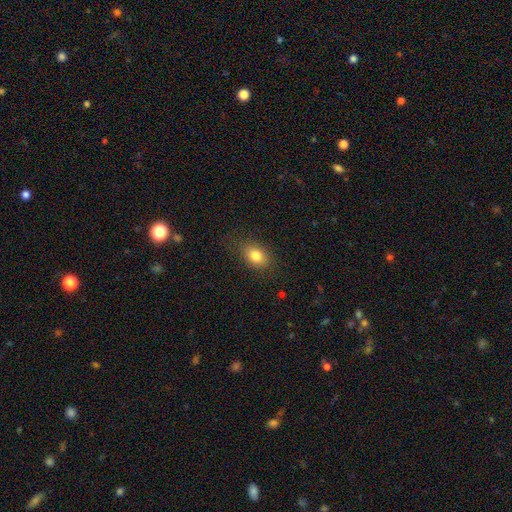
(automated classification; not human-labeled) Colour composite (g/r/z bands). It shows a smooth galaxy with no disk features (81%) that is in between round and cigar-shaped (73%). Merging: none (80%).